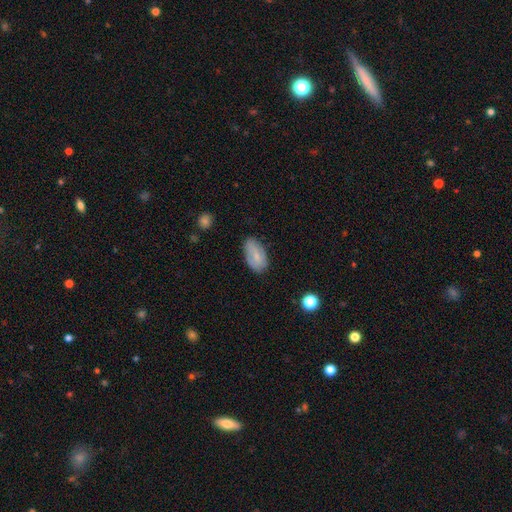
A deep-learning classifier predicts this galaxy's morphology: smooth 65%, featured or disk 28%, star or artifact 8%. Down the decision tree: how rounded — in between (93%); merging — none (73%).